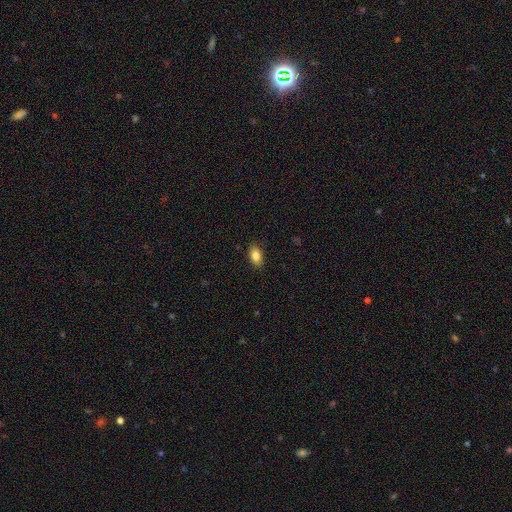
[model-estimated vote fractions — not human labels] This appears to be a smooth galaxy with no disk features (85%) that is in between round and cigar-shaped (89%). Merging: none (87%).